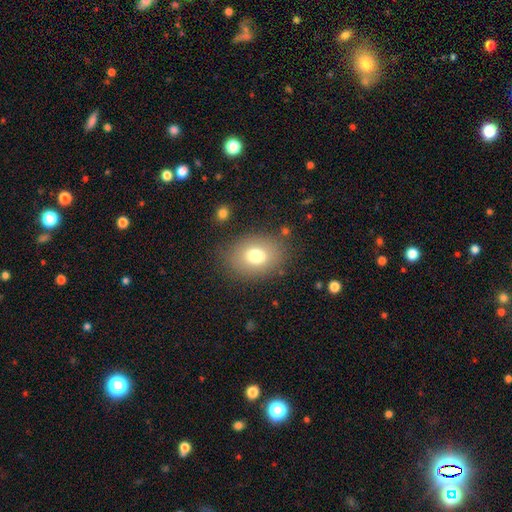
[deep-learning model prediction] The model was most divided on "how rounded": in between: 64%, round: 35%, cigar-shaped: 1%. More confident: merging — none (80%); smooth or featured — smooth (75%).